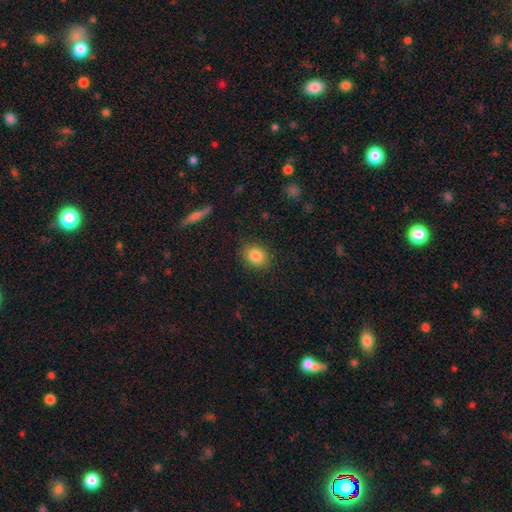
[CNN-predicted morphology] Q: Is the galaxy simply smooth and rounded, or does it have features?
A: smooth — 85%.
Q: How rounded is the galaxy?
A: round — 57%.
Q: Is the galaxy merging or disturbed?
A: none — 87%.